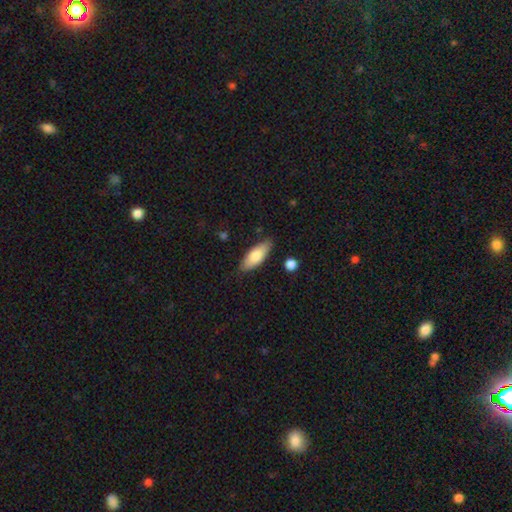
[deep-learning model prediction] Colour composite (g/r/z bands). It shows a smooth galaxy with no disk features (77%) that is in between round and cigar-shaped (72%). Merging: none (83%).